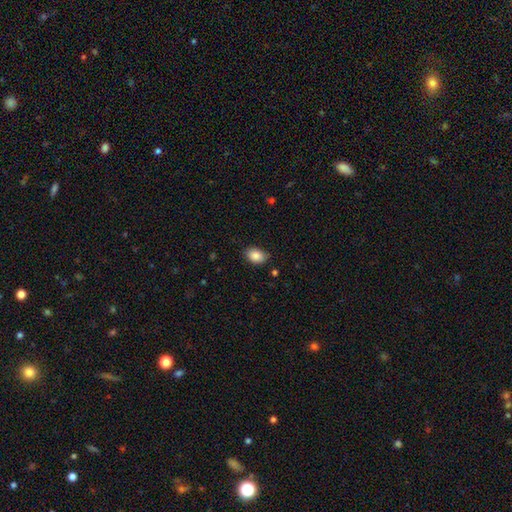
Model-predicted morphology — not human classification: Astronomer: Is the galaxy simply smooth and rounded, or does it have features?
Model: smooth — 88%.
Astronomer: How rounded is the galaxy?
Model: in between — 83%.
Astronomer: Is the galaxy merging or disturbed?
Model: none — 78%.